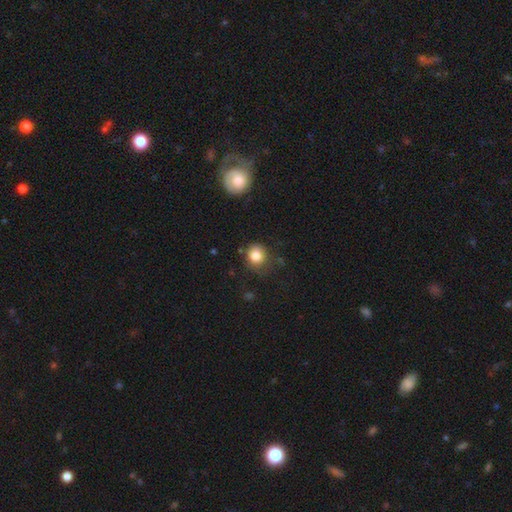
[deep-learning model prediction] Smooth or featured? smooth (83%)
How rounded? round (81%)
Merging? none (71%)